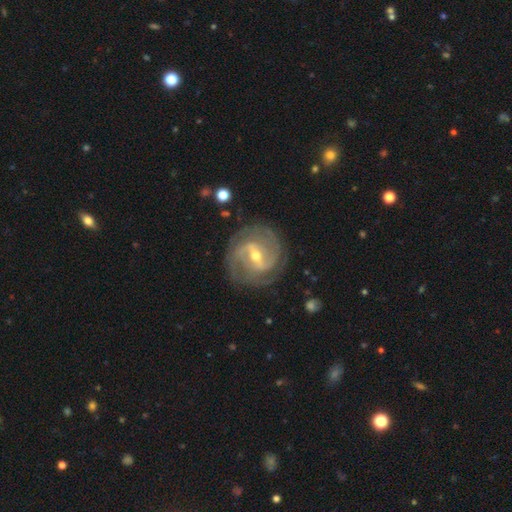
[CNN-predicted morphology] Smooth or featured? featured or disk (90%)
Edge-on disk? no (97%)
Bar? weak (44%)
Spiral arms? yes (96%)
Spiral winding? tight (51%)
Spiral arm count? 2 (50%)
Bulge size? moderate (52%)
Merging? none (81%)